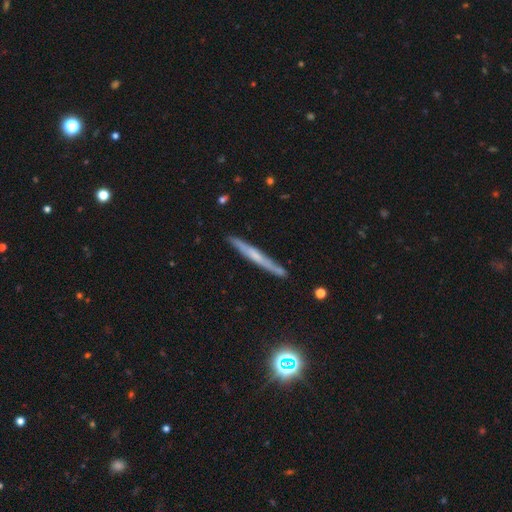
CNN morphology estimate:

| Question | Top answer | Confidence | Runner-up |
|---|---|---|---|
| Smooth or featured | featured or disk | 54% | smooth (39%) |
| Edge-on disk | yes | 94% | no (6%) |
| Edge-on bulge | none | 63% | rounded (28%) |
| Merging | none | 87% | minor disturbance (10%) |